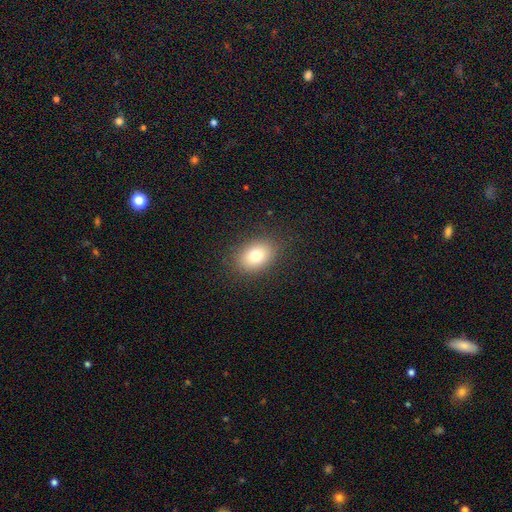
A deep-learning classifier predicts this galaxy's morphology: Smooth or featured? smooth (78%)
How rounded? in between (68%)
Merging? none (88%)